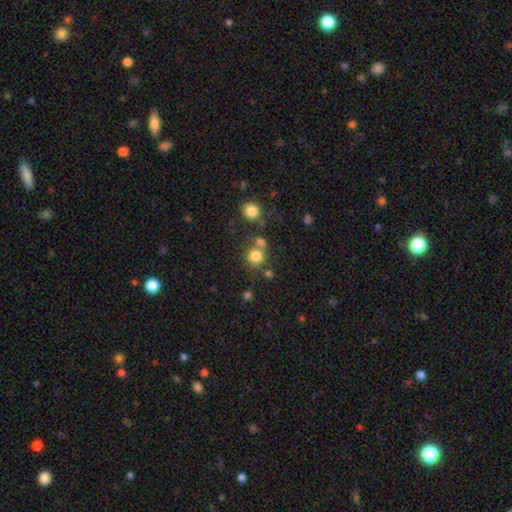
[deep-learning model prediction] Smooth or featured: smooth — 79% (star or artifact — 13%)
How rounded: round — 89% (in between — 10%)
Merging: none — 62% (merger — 24%)